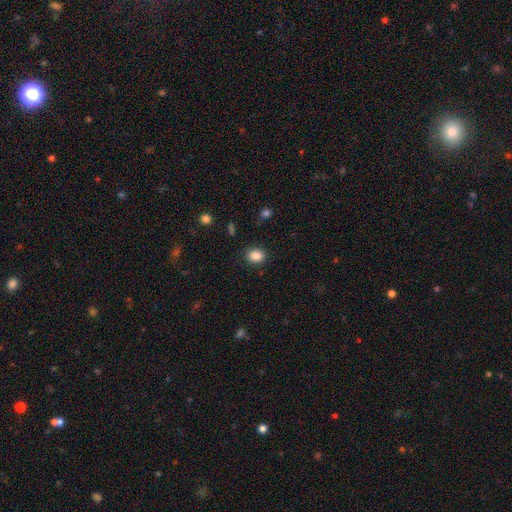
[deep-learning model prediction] Smooth or featured? smooth (86%)
How rounded? round (55%)
Merging? none (87%)